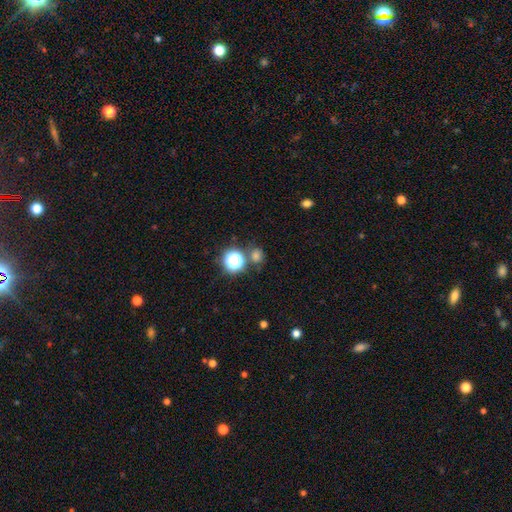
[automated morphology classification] The model was most divided on "smooth or featured": smooth: 62%, star or artifact: 31%, featured or disk: 7%. More confident: how rounded — round (79%); merging — none (72%).